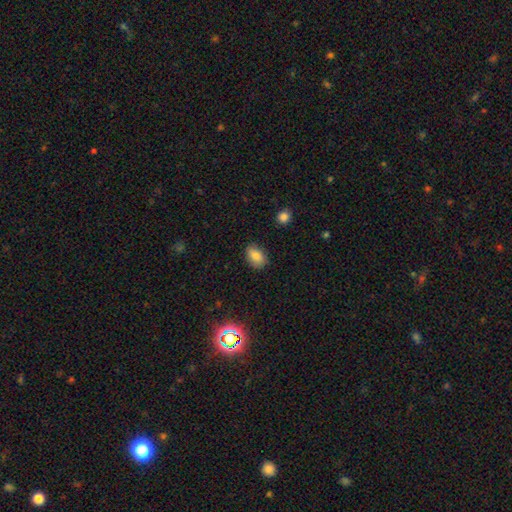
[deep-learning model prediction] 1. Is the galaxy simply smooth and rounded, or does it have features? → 81% smooth, 10% star or artifact, 9% featured or disk.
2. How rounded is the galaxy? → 80% in between, 19% round, 1% cigar-shaped.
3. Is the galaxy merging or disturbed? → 82% none, 14% minor disturbance, 3% major disturbance, 1% merger.